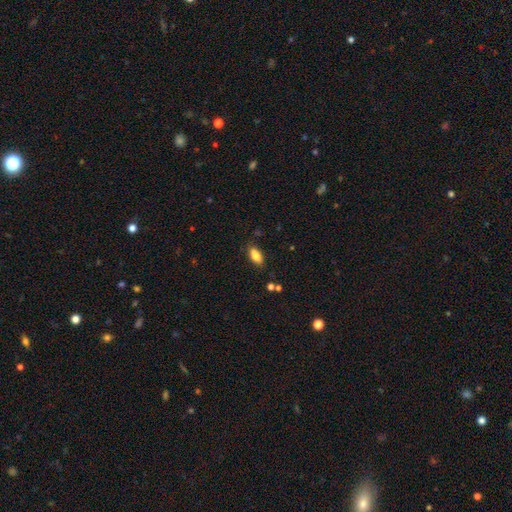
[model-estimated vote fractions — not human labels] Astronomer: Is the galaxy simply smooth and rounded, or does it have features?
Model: smooth — 83%.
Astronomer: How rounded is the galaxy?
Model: in between — 87%.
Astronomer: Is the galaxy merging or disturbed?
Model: none — 82%.